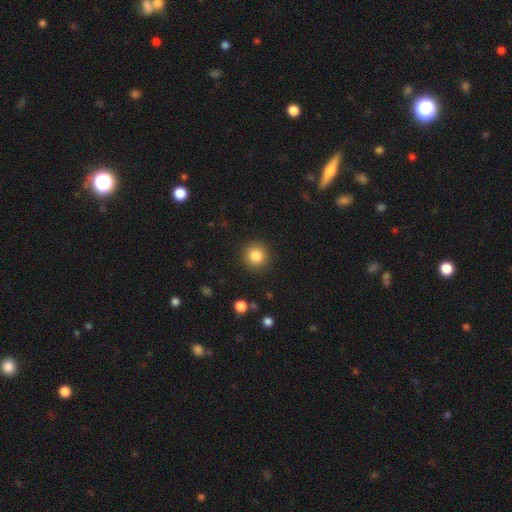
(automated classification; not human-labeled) A smooth galaxy with no disk features (85%) that is round (94%).

Vote fractions:
- Smooth or featured? smooth: 85% / star or artifact: 10% / featured or disk: 5%
- How rounded? round: 94% / in between: 6% / cigar-shaped: 1%
- Merging? none: 90% / minor disturbance: 6% / major disturbance: 2% / merger: 1%